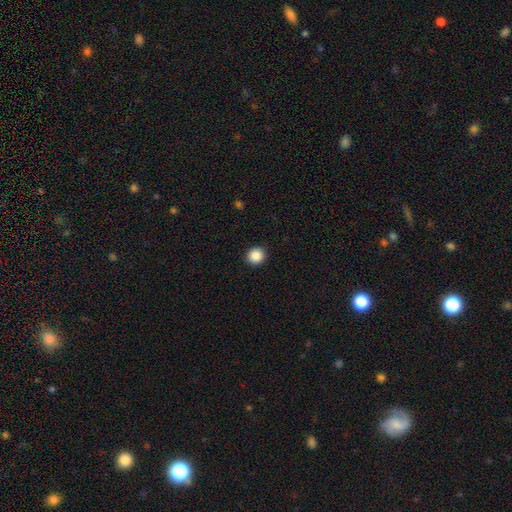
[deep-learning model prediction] A smooth galaxy with no disk features (88%) that is round (93%). Merging: none (92%).